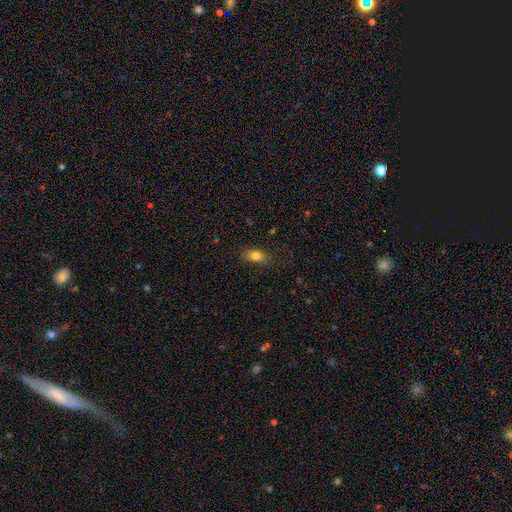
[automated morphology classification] A smooth galaxy with no disk features (82%) that is in between round and cigar-shaped (83%).

Vote fractions:
- Smooth or featured? smooth: 82% / star or artifact: 10% / featured or disk: 9%
- How rounded? in between: 83% / round: 11% / cigar-shaped: 6%
- Merging? none: 79% / minor disturbance: 15% / major disturbance: 4% / merger: 1%